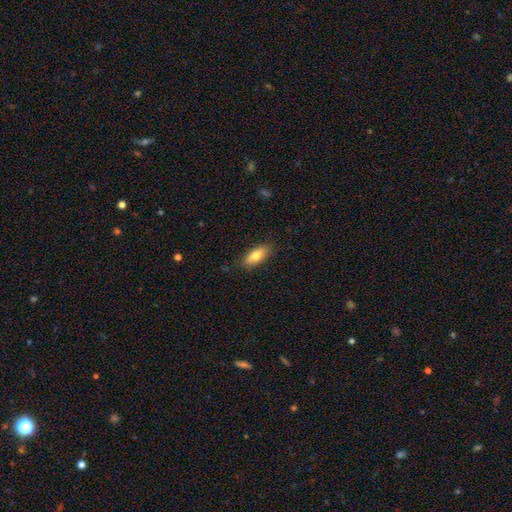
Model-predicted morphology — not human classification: This is likely a smooth galaxy (78%). How rounded: likely in between (77%). Merging: clearly none (86%).